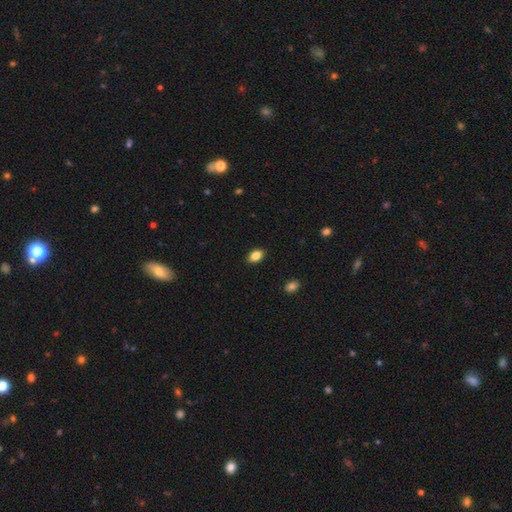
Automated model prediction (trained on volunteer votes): Morphology: type=smooth (85%); roundness=in between (85%); merging=none (89%).